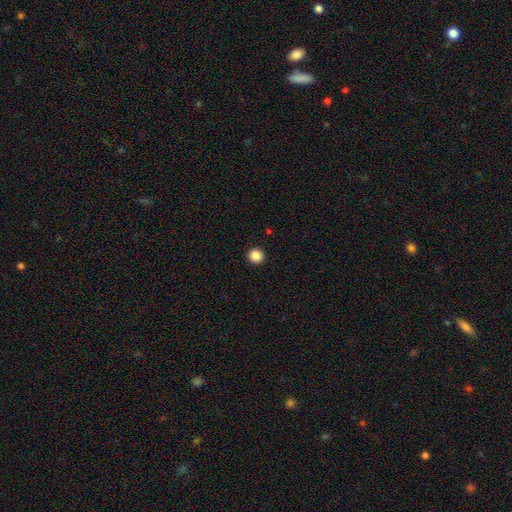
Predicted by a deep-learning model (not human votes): Smooth or featured?
  - smooth: 87% *
  - star or artifact: 10%
  - featured or disk: 3%
How rounded?
  - round: 94% *
  - in between: 5%
  - cigar-shaped: 1%
Merging?
  - none: 94% *
  - minor disturbance: 4%
  - major disturbance: 1%
  - merger: 1%